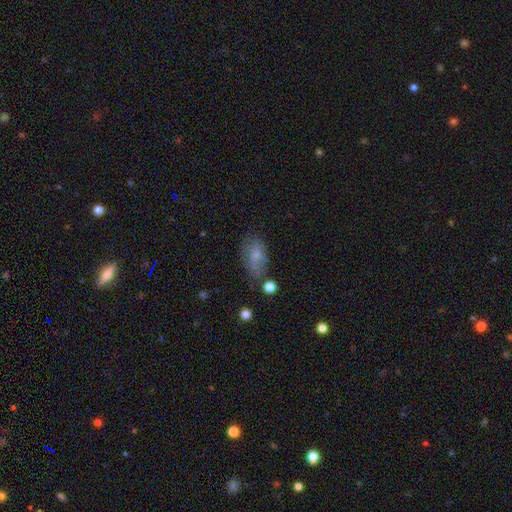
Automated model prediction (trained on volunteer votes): smooth 64%, featured or disk 25%, star or artifact 10%. Down the decision tree: how rounded — in between (88%); merging — none (55%).